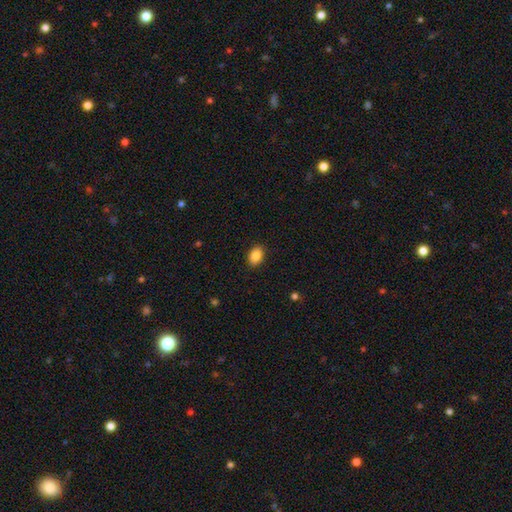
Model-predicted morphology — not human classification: Smooth or featured: smooth — 88% (star or artifact — 8%)
How rounded: in between — 80% (round — 19%)
Merging: none — 88% (minor disturbance — 9%)